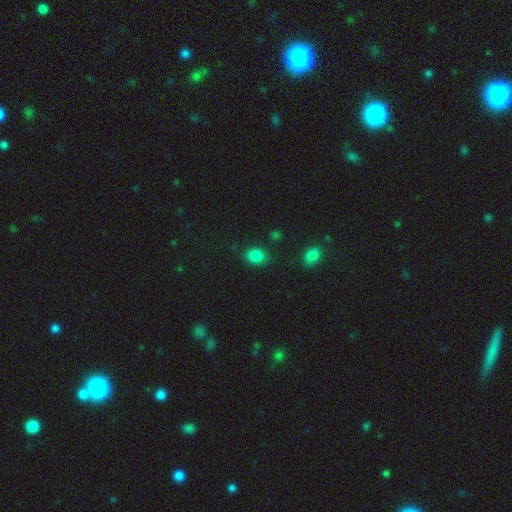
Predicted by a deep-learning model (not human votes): The model was most divided on "how rounded": round: 55%, in between: 44%, cigar-shaped: 1%. More confident: smooth or featured — smooth (84%); merging — none (81%).